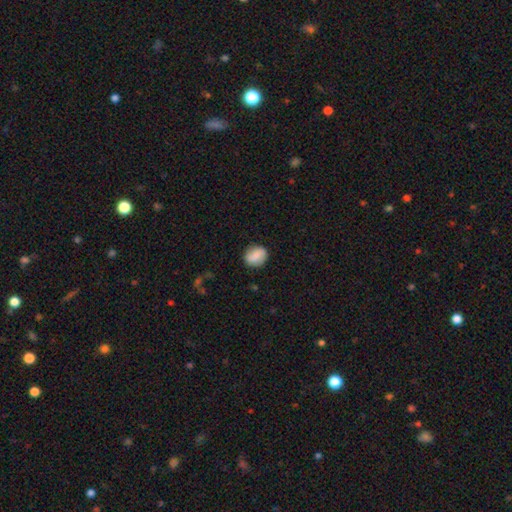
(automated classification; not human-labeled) Q: Smooth or featured?
A: smooth (69%); runner-up: featured or disk (23%)
Q: How rounded?
A: round (65%); runner-up: in between (34%)
Q: Merging?
A: none (83%); runner-up: minor disturbance (13%)